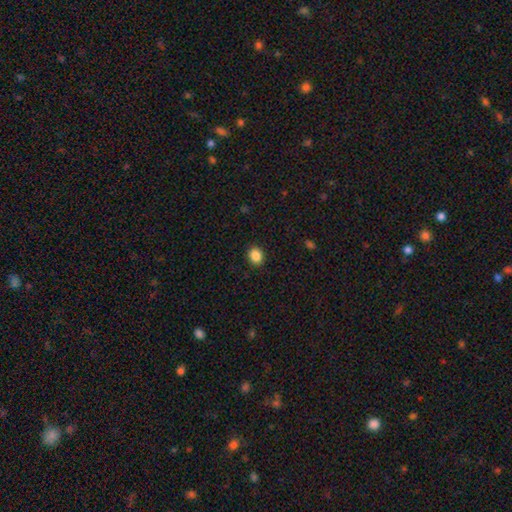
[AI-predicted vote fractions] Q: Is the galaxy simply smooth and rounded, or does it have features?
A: smooth — 87%.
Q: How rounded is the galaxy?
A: round — 56%.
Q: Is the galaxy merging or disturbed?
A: none — 90%.